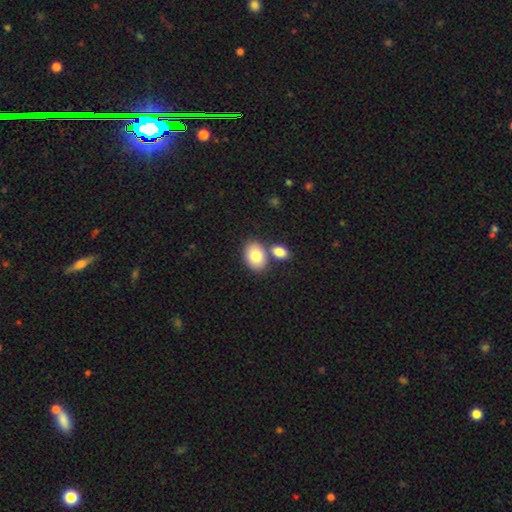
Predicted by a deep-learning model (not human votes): This is clearly a smooth galaxy (82%). How rounded: likely in between (80%). Merging: likely none (62%).